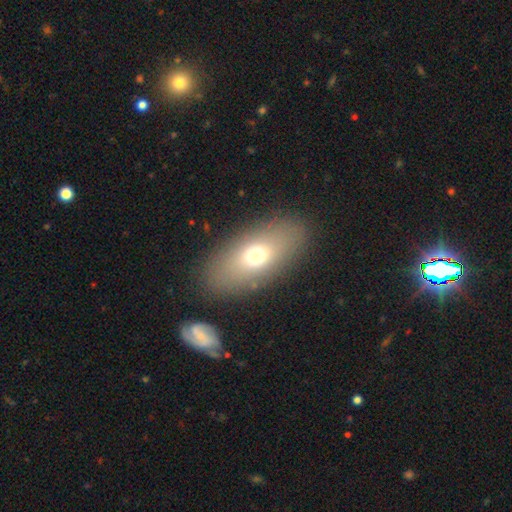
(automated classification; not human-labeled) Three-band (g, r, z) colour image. It shows a smooth galaxy with no disk features (67%) that is in between round and cigar-shaped (87%). Merging: none (84%).